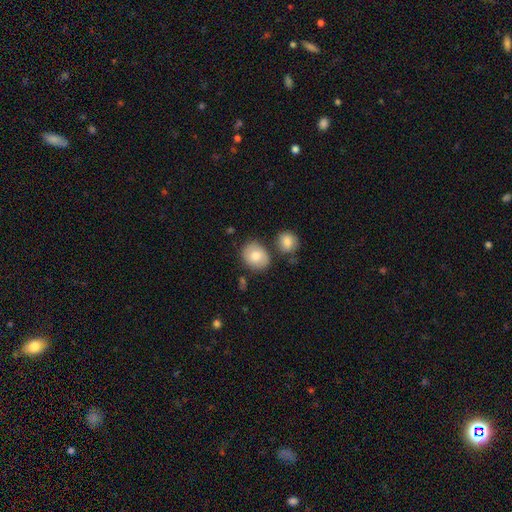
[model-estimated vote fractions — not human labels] smooth-or-featured: smooth: 76% | featured or disk: 17% | star or artifact: 7%
  how-rounded: round: 57% | in between: 42% | cigar-shaped: 1%
  merging: none: 71% | minor disturbance: 15% | merger: 10% | major disturbance: 4%